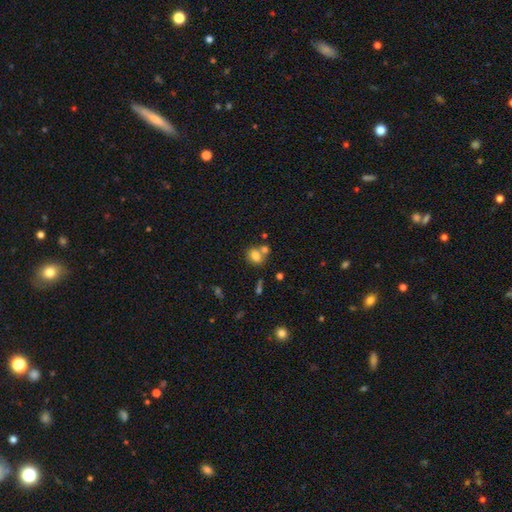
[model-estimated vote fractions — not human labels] Smooth or featured? smooth (75%)
How rounded? in between (51%)
Merging? none (49%)